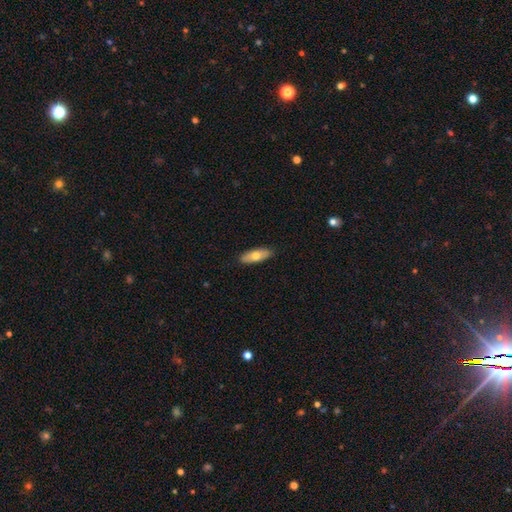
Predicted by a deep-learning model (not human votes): A smooth galaxy with no disk features (67%) that is in between round and cigar-shaped (70%). Merging: none (89%).